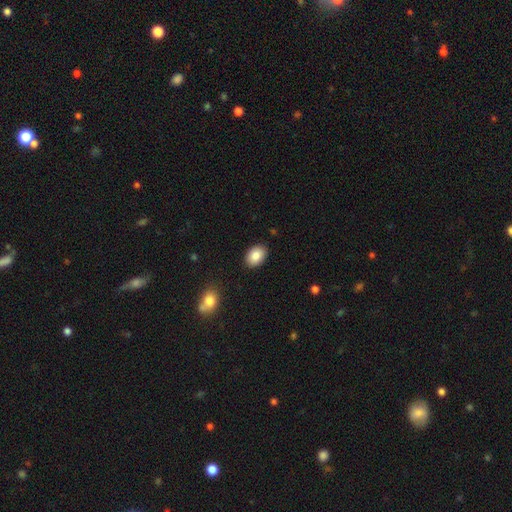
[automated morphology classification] A smooth galaxy with no disk features (87%) that is in between round and cigar-shaped (81%). Merging: none (88%).